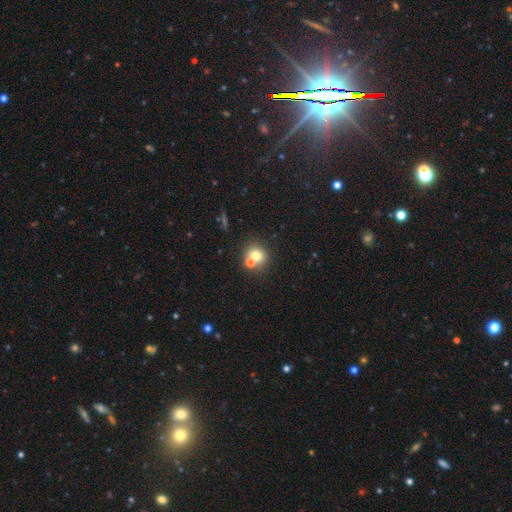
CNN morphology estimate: The model was most divided on "merging": none: 54%, merger: 35%, minor disturbance: 8%, major disturbance: 3%. More confident: how rounded — round (82%); smooth or featured — smooth (70%).